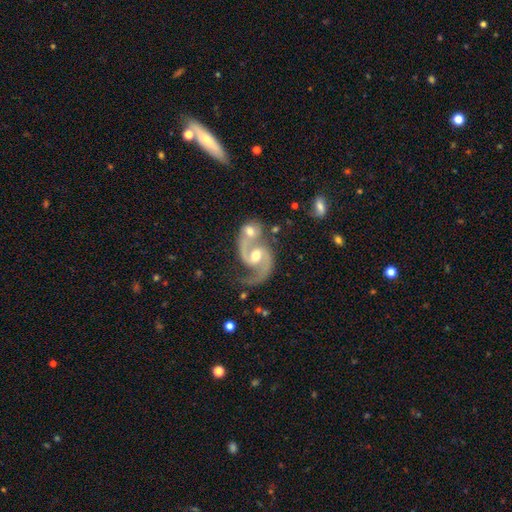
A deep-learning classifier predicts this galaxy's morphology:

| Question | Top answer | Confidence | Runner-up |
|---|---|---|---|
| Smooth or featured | featured or disk | 90% | smooth (5%) |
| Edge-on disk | no | 98% | yes (2%) |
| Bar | weak | 44% | no (37%) |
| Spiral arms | yes | 97% | no (3%) |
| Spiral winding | medium | 60% | loose (28%) |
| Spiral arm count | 2 | 92% | 1 (3%) |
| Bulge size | moderate | 71% | small (21%) |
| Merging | merger | 47% | none (34%) |